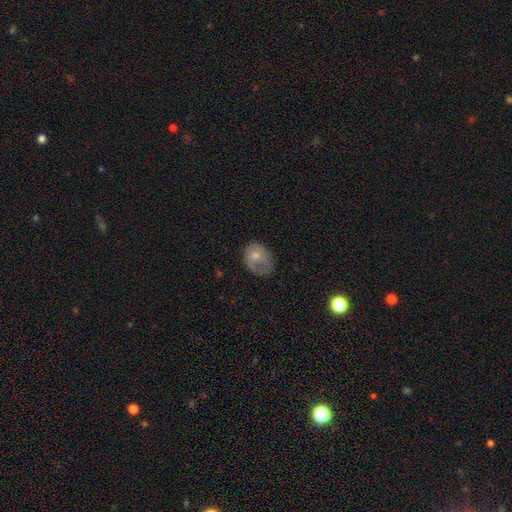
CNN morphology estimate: smooth 50%, featured or disk 40%, star or artifact 10%. Down the decision tree: how rounded — in between (58%); merging — none (42%).